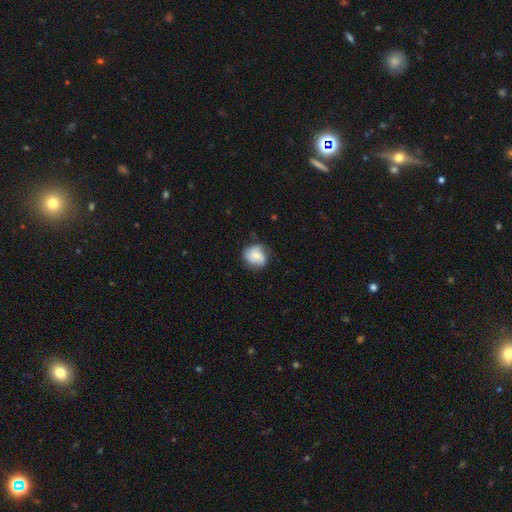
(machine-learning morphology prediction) type=smooth (65%); roundness=round (73%); merging=none (68%).